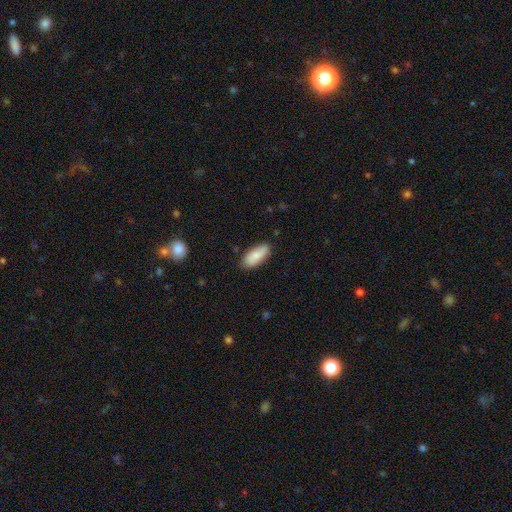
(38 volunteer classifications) Overall: smooth (82%). How rounded: in between (77%). Merging: none (68%).